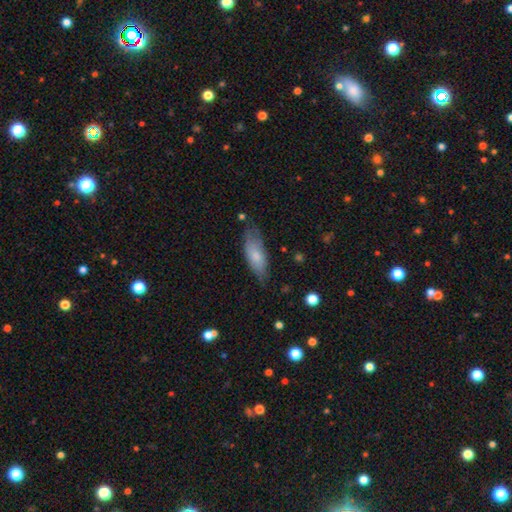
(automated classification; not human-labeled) Smooth or featured? smooth (72%)
How rounded? in between (71%)
Merging? none (64%)